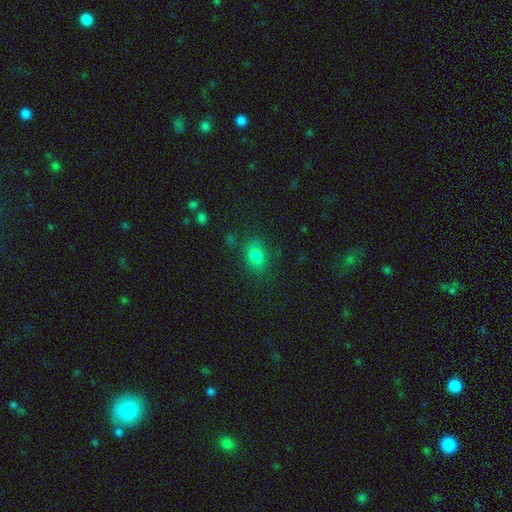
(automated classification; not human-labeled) smooth 79%, star or artifact 13%, featured or disk 8%. Down the decision tree: how rounded — in between (69%); merging — none (77%).